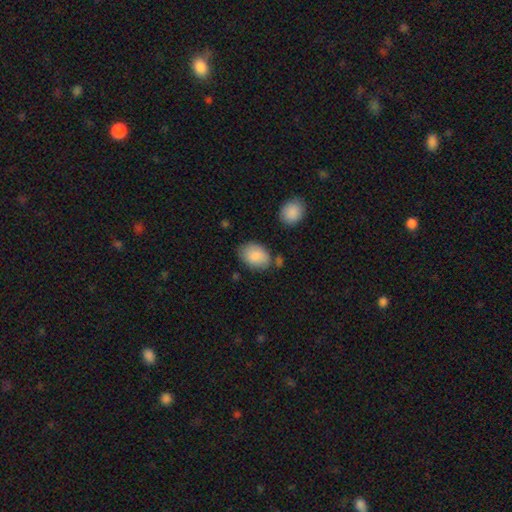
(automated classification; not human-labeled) smooth-or-featured: smooth: 87% | star or artifact: 7% | featured or disk: 6%
  how-rounded: in between: 81% | round: 18% | cigar-shaped: 1%
  merging: none: 70% | minor disturbance: 19% | merger: 6% | major disturbance: 5%